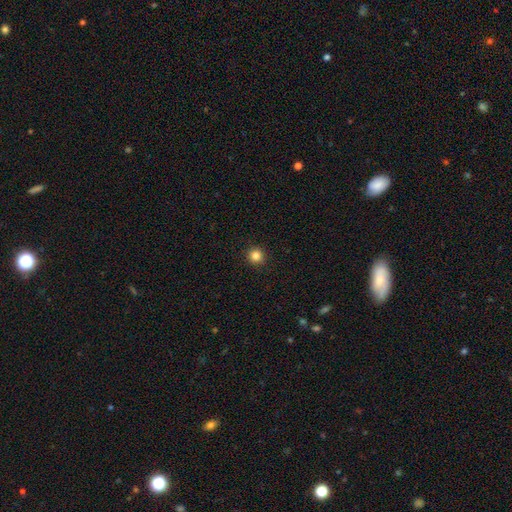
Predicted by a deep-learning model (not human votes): This appears to be a smooth galaxy with no disk features (84%) that is round (95%). Merging: none (93%).